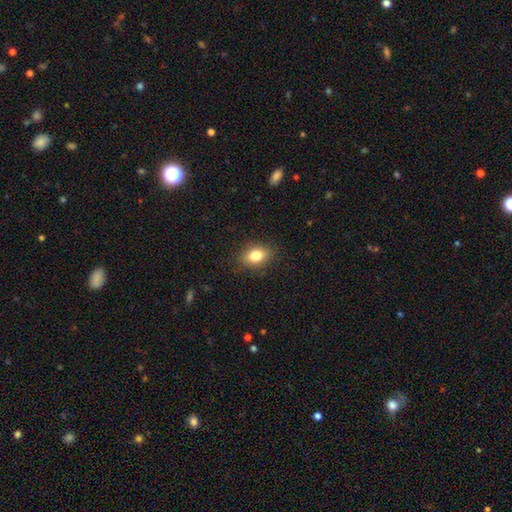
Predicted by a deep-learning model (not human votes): This is clearly a smooth galaxy (83%). How rounded: likely in between (77%). Merging: clearly none (86%).